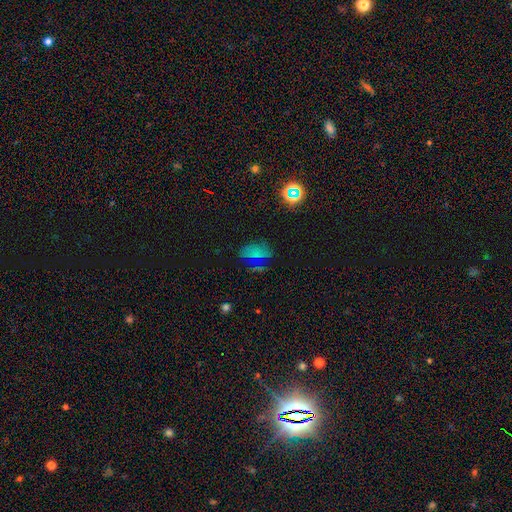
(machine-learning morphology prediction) type=smooth (54%); roundness=in between (81%); merging=none (61%).